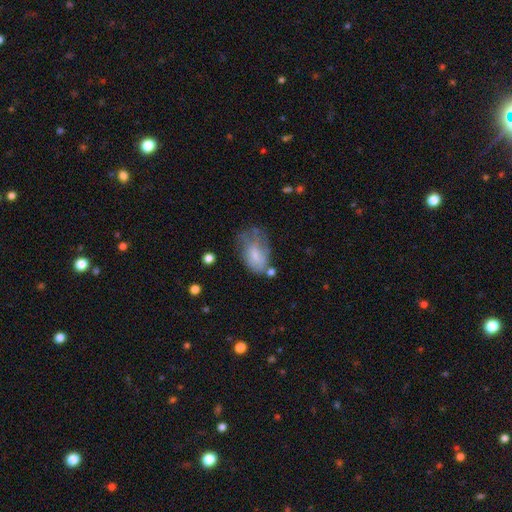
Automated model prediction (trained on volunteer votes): smooth-or-featured: smooth: 64% | featured or disk: 28% | star or artifact: 8%
  how-rounded: in between: 89% | round: 8% | cigar-shaped: 2%
  merging: minor disturbance: 33% | none: 31% | major disturbance: 28% | merger: 8%